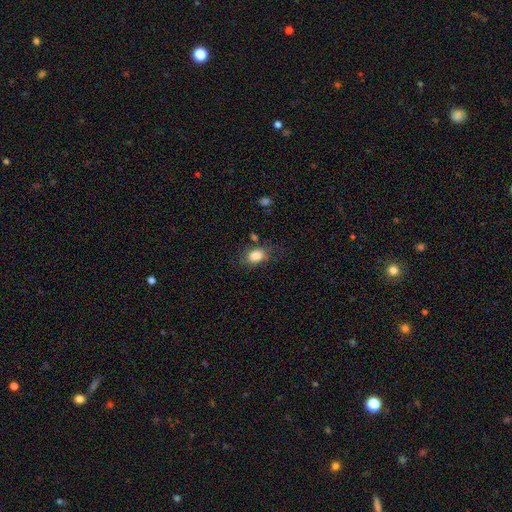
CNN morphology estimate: smooth 83%, featured or disk 9%, star or artifact 8%. Down the decision tree: how rounded — in between (78%); merging — none (62%).